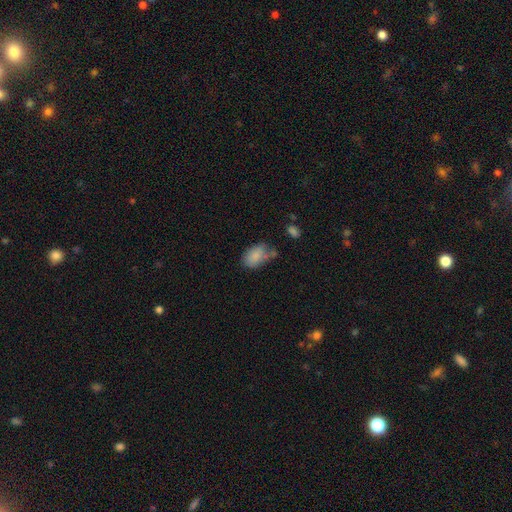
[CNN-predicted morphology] smooth-or-featured: smooth: 84% | featured or disk: 9% | star or artifact: 8%
  how-rounded: in between: 89% | round: 10% | cigar-shaped: 1%
  merging: none: 51% | minor disturbance: 27% | merger: 13% | major disturbance: 9%